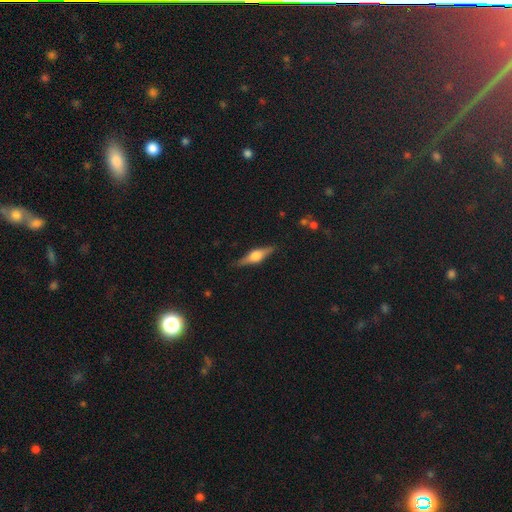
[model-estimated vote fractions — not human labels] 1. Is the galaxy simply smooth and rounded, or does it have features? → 69% featured or disk, 25% smooth, 7% star or artifact.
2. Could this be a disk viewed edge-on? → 97% yes, 3% no.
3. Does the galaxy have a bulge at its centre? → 92% rounded, 7% boxy, 2% none.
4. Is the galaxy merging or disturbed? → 87% none, 10% minor disturbance, 2% major disturbance, 1% merger.